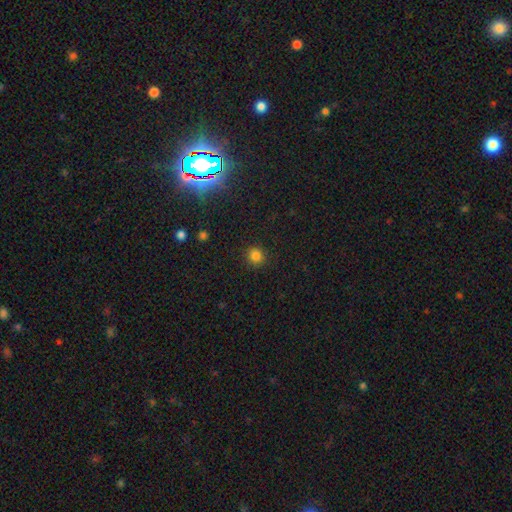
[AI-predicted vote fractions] A smooth galaxy with no disk features (82%) that is round (89%). Merging: none (90%).